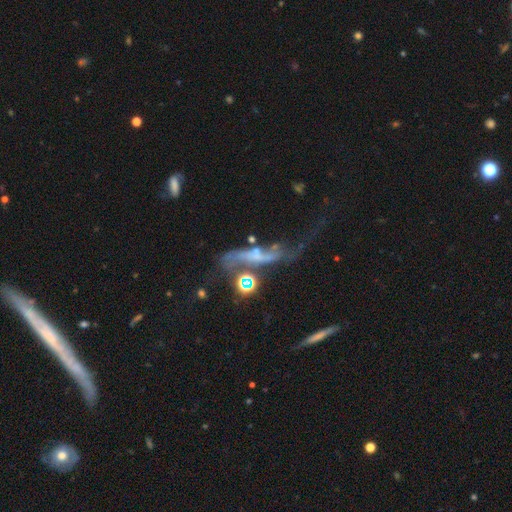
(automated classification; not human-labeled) Overall: featured or disk (57%; smooth 26%). Edge-on disk: no (73%). Merging: major disturbance (35%; none 26%).